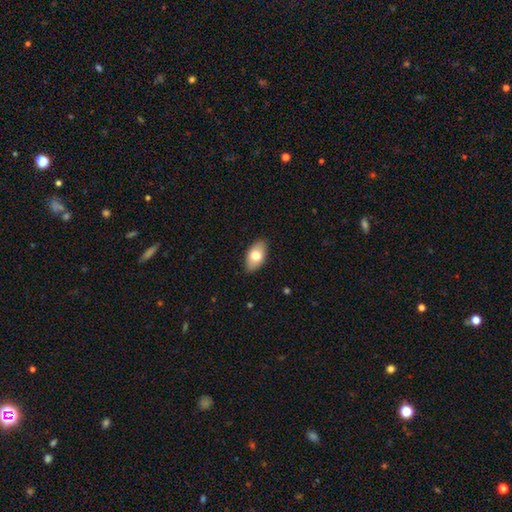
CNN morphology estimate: Overall: smooth (73%). How rounded: in between (93%). Merging: none (86%).